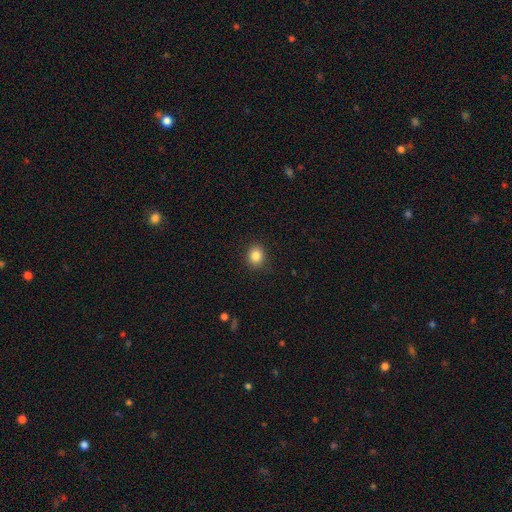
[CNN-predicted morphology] Smooth or featured? Predicted: smooth (p=0.85). How rounded? Predicted: round (p=0.69). Merging? Predicted: none (p=0.89).